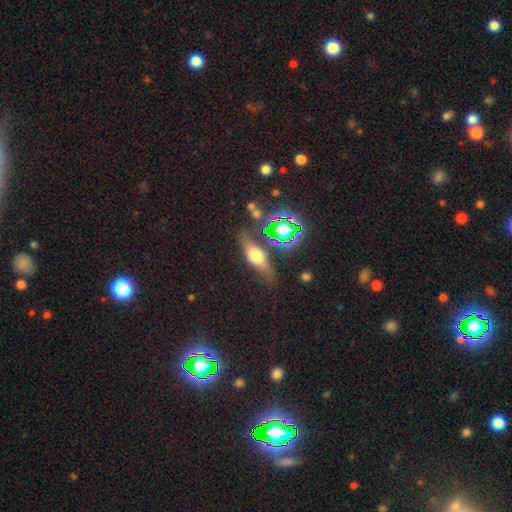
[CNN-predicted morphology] smooth_or_featured: smooth (p=0.44) [alt: featured or disk p=0.39]
merging: none (p=0.69) [alt: minor disturbance p=0.18]